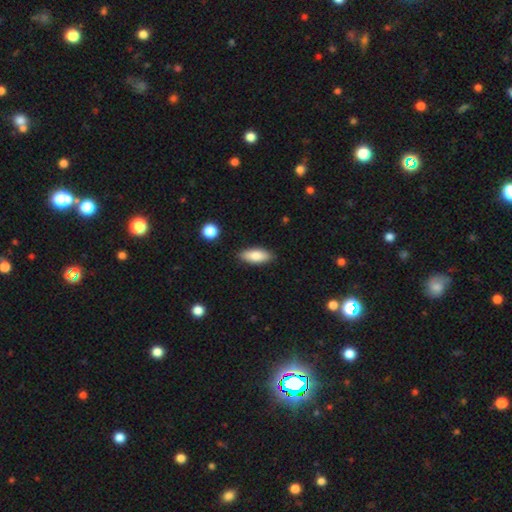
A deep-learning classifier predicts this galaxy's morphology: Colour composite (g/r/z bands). It shows a smooth galaxy with no disk features (81%) that is in between round and cigar-shaped (77%). Merging: none (86%).